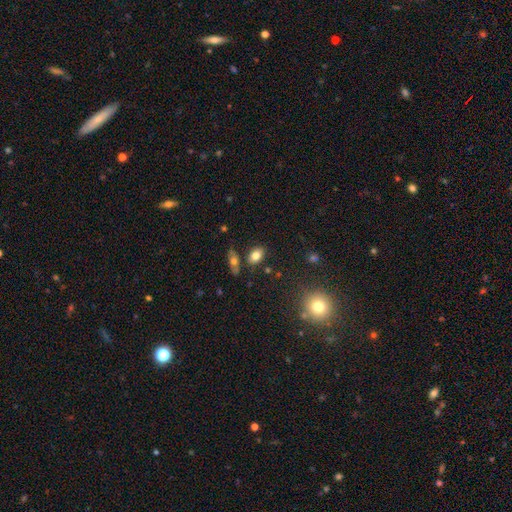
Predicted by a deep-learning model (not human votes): A smooth galaxy with no disk features (79%) that is in between round and cigar-shaped (82%).

Vote fractions:
- Smooth or featured? smooth: 79% / star or artifact: 11% / featured or disk: 10%
- How rounded? in between: 82% / round: 16% / cigar-shaped: 2%
- Merging? none: 76% / minor disturbance: 12% / merger: 9% / major disturbance: 3%